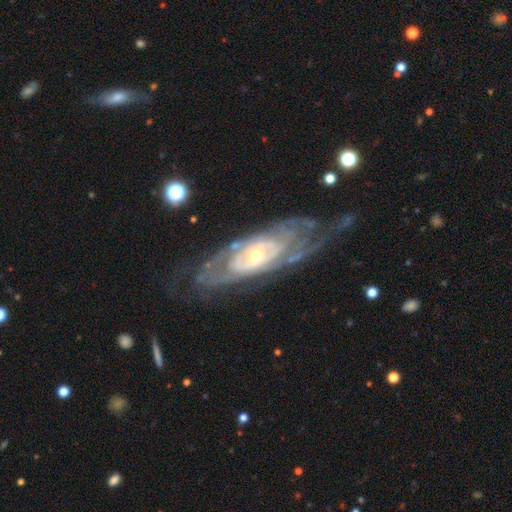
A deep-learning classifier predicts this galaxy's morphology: featured or disk 87%, smooth 7%, star or artifact 5%. Down the decision tree: edge-on disk — no (88%); bar — no (55%); spiral arms — yes (89%); spiral arm count — can't tell (47%); spiral winding — tight (67%); bulge size — small (56%); merging — none (64%).